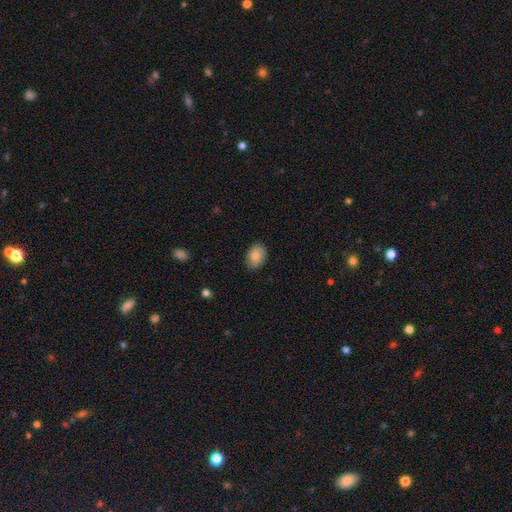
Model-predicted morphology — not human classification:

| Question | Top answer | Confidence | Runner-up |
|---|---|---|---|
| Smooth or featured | smooth | 84% | featured or disk (9%) |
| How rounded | in between | 81% | round (18%) |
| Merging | none | 84% | minor disturbance (13%) |